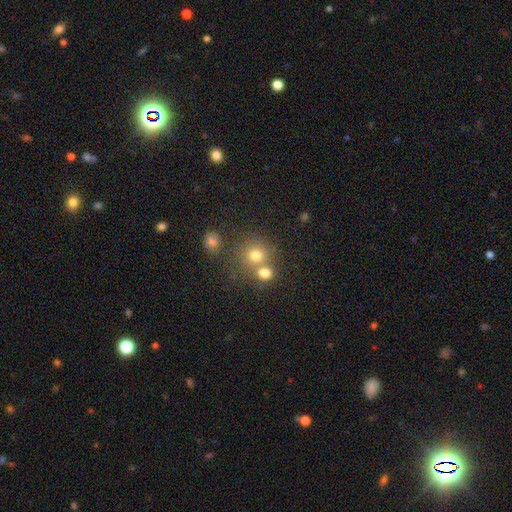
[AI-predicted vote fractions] This is likely a smooth galaxy (74%). How rounded: clearly round (83%). Merging: possibly none (51%).